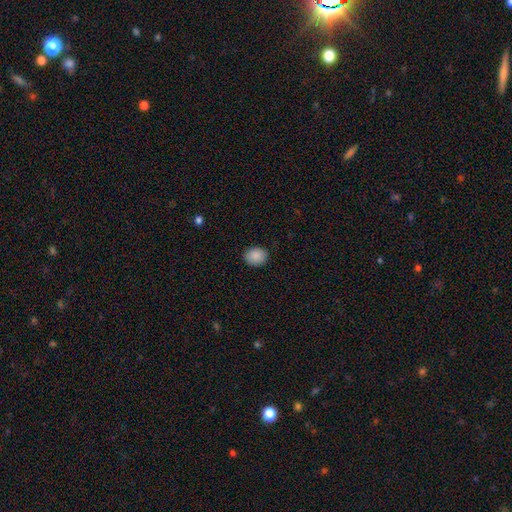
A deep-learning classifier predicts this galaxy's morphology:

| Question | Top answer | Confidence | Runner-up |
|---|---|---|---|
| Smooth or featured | smooth | 89% | star or artifact (8%) |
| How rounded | round | 52% | in between (48%) |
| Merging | none | 89% | minor disturbance (8%) |